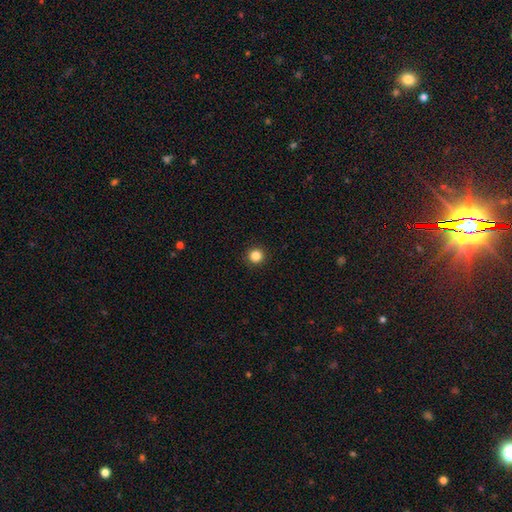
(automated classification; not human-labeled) Smooth or featured: smooth — 85% (star or artifact — 11%)
How rounded: round — 95% (in between — 4%)
Merging: none — 93% (minor disturbance — 4%)